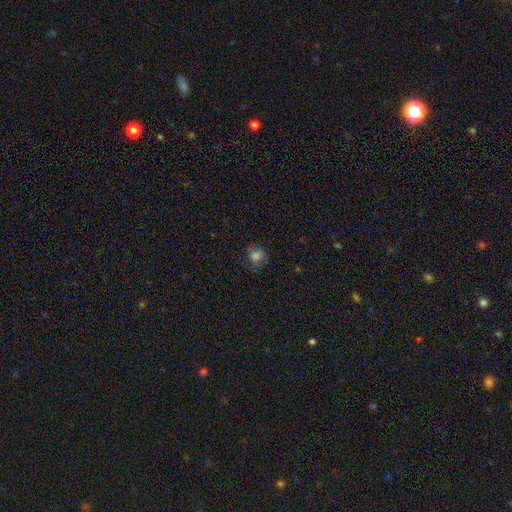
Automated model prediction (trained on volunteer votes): Morphology: type=smooth (77%); roundness=round (73%); merging=none (69%).